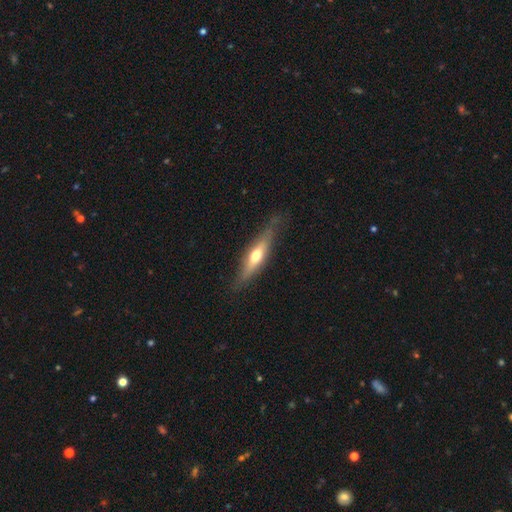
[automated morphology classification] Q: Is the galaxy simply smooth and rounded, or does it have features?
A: featured or disk — 51%.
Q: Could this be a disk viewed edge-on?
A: yes — 86%.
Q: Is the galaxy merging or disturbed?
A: none — 78%.